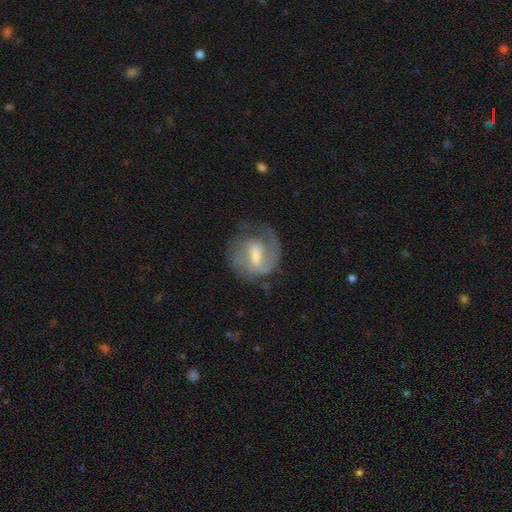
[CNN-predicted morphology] Smooth or featured? featured or disk (78%)
Edge-on disk? no (97%)
Bar? weak (57%)
Spiral arms? yes (91%)
Spiral winding? medium (44%)
Spiral arm count? 2 (54%)
Bulge size? moderate (48%)
Merging? none (62%)